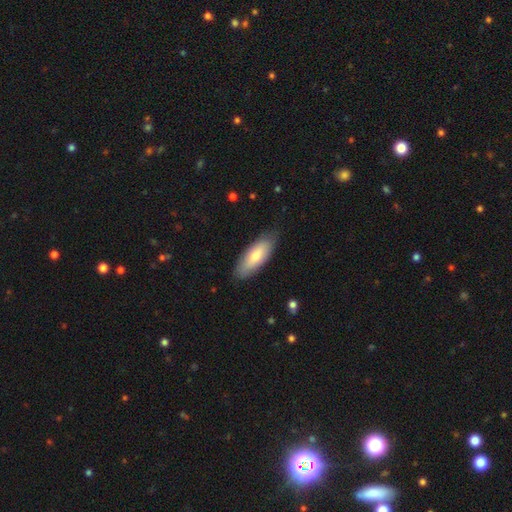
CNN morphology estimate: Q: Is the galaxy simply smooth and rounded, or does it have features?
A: smooth — 72%.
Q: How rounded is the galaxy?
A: in between — 73%.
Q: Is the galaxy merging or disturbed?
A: none — 82%.